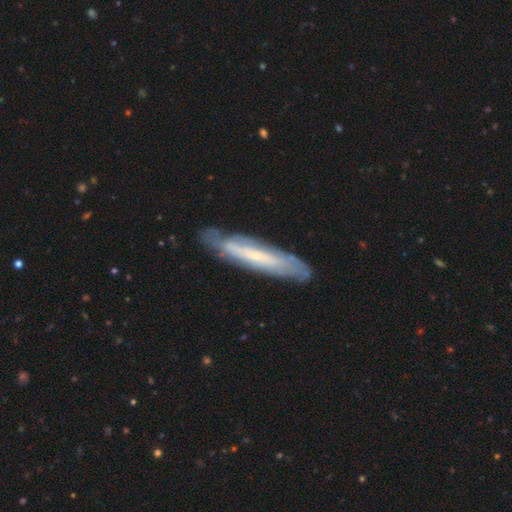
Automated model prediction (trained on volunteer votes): This is likely a featured or disk galaxy (61%). It is possibly viewed edge-on (53%). Merging: likely none (77%).